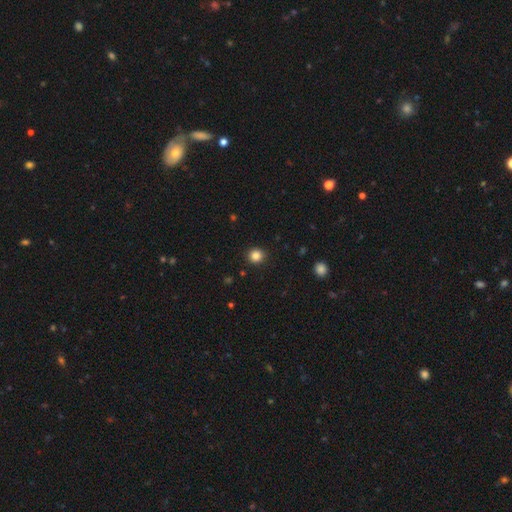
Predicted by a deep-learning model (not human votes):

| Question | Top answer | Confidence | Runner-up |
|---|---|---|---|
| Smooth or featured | smooth | 85% | star or artifact (12%) |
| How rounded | round | 91% | in between (8%) |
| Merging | none | 92% | minor disturbance (5%) |